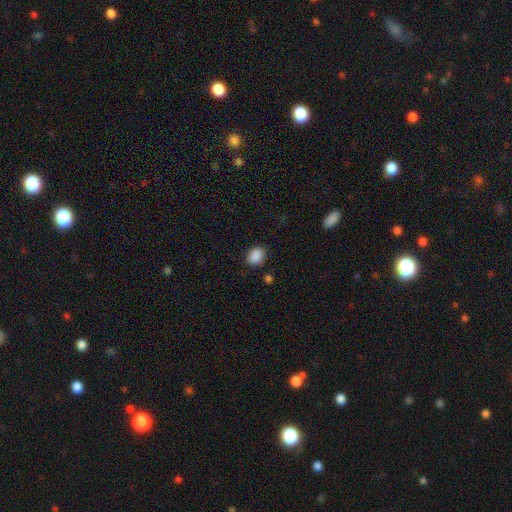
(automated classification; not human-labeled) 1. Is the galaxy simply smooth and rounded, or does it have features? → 88% smooth, 9% star or artifact, 3% featured or disk.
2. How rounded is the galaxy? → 57% in between, 42% round, 1% cigar-shaped.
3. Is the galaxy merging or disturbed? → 84% none, 11% minor disturbance, 3% major disturbance, 2% merger.